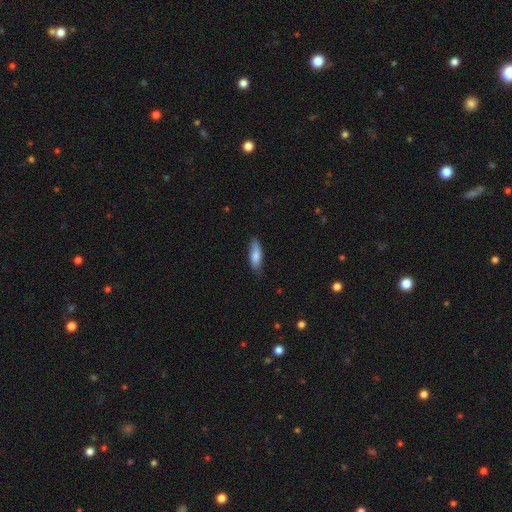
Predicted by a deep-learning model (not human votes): smooth 79%, featured or disk 15%, star or artifact 6%. Down the decision tree: how rounded — in between (55%); merging — none (75%).